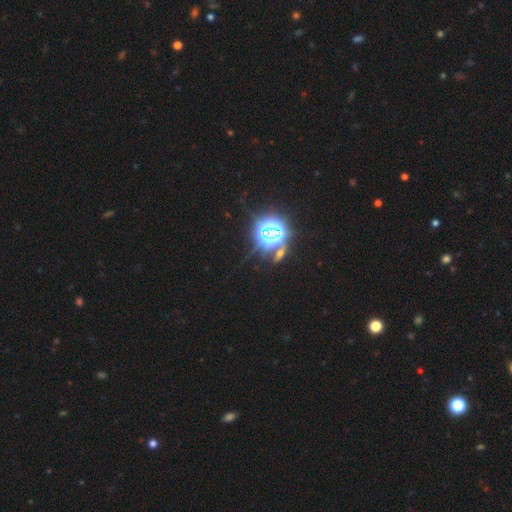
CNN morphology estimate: Smooth or featured: star or artifact — 83% (smooth — 12%)